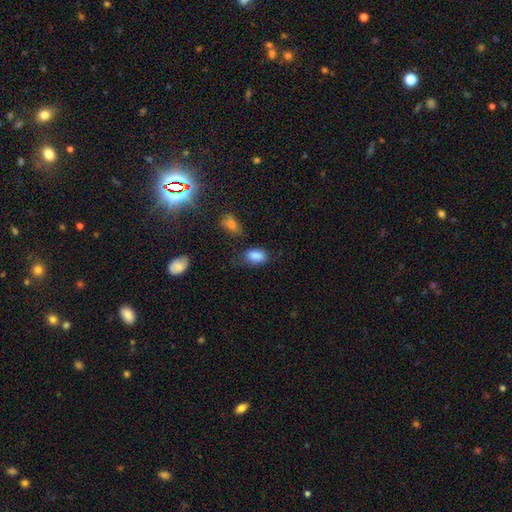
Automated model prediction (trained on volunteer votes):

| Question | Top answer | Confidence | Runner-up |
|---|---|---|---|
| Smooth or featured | smooth | 87% | star or artifact (9%) |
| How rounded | in between | 91% | round (7%) |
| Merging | none | 65% | minor disturbance (23%) |